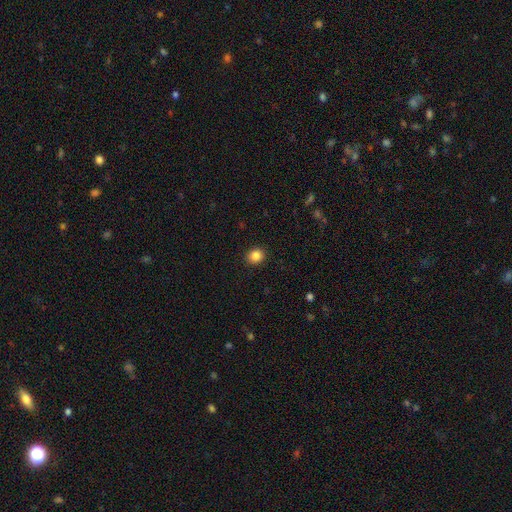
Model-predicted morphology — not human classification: This is clearly a smooth galaxy (85%). How rounded: likely round (76%). Merging: clearly none (92%).